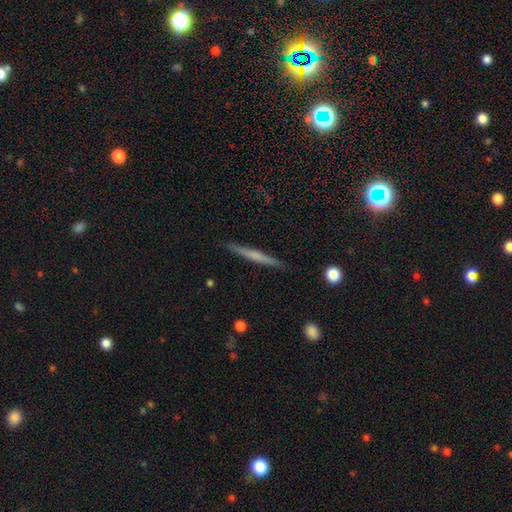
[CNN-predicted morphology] Smooth or featured: featured or disk — 51% (smooth — 43%)
Edge-on disk: yes — 98% (no — 2%)
Merging: none — 91% (minor disturbance — 7%)